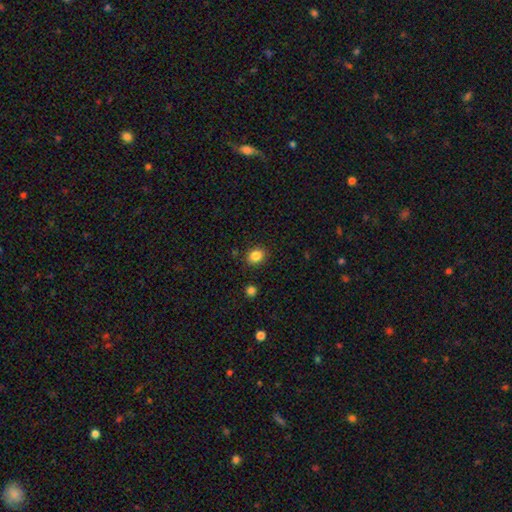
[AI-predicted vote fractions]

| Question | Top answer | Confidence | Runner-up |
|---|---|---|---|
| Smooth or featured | smooth | 85% | star or artifact (10%) |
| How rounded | in between | 50% | round (49%) |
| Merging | none | 87% | minor disturbance (9%) |